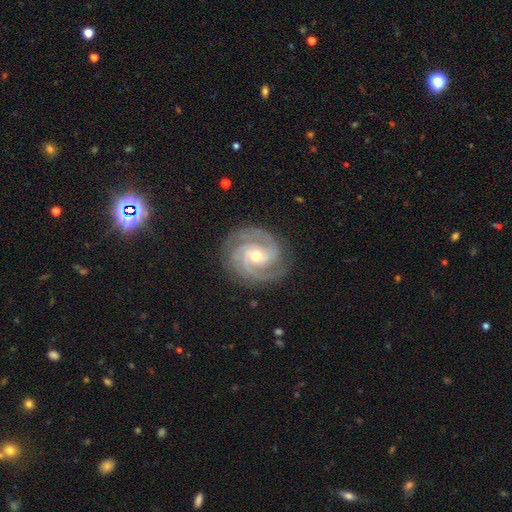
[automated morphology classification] Smooth or featured? featured or disk (92%)
Edge-on disk? no (98%)
Bar? no (52%)
Spiral arms? yes (99%)
Spiral winding? tight (70%)
Spiral arm count? 3 (54%)
Bulge size? moderate (58%)
Merging? none (84%)